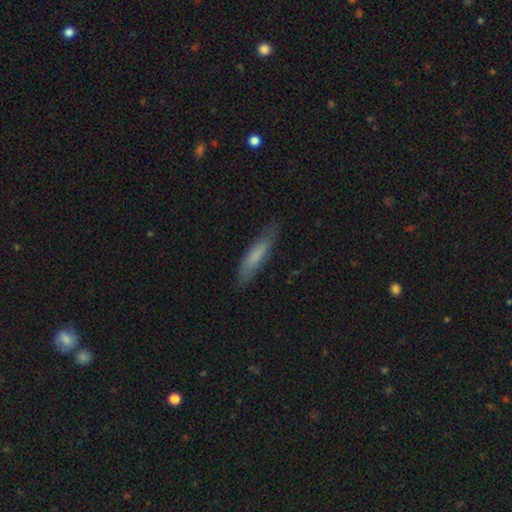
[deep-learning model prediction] smooth_or_featured: smooth (p=0.72) [alt: featured or disk p=0.22]
how_rounded: cigar-shaped (p=0.81) [alt: in between p=0.18]
merging: none (p=0.80) [alt: minor disturbance p=0.15]